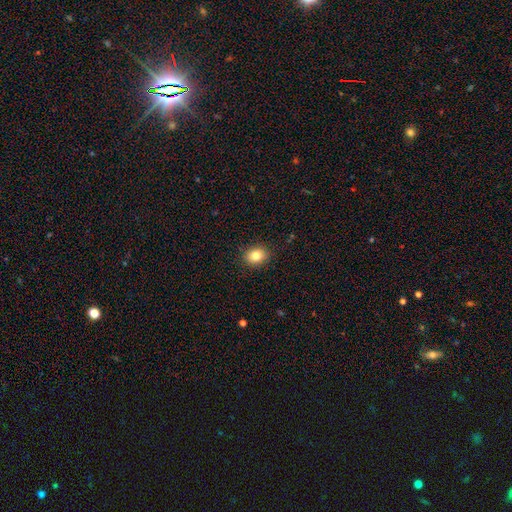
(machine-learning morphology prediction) smooth_or_featured: smooth (p=0.83) [alt: star or artifact p=0.10]
how_rounded: round (p=0.54) [alt: in between p=0.45]
merging: none (p=0.89) [alt: minor disturbance p=0.08]